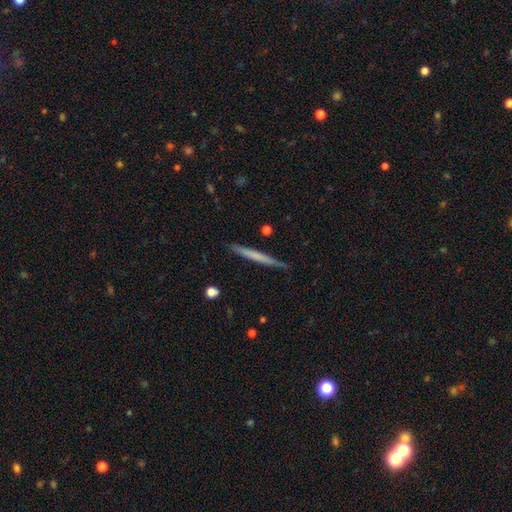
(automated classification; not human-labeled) Smooth or featured?
  - smooth: 53% *
  - featured or disk: 41%
  - star or artifact: 6%
How rounded?
  - cigar-shaped: 97% *
  - in between: 2%
  - round: 1%
Merging?
  - none: 87% *
  - minor disturbance: 10%
  - major disturbance: 2%
  - merger: 1%